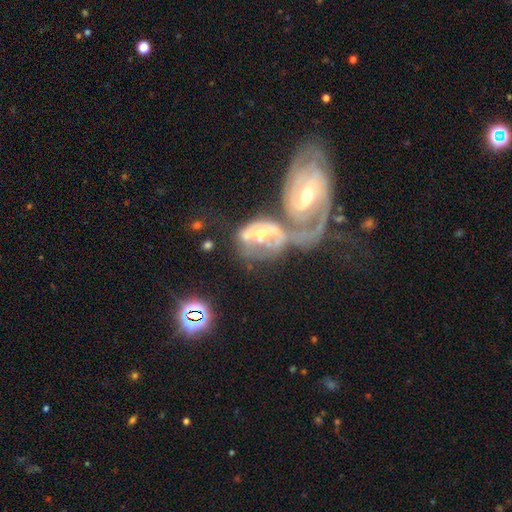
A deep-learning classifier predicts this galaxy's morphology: Smooth or featured?
  - featured or disk: 76% *
  - smooth: 15%
  - star or artifact: 9%
Edge-on disk?
  - no: 95% *
  - yes: 5%
Bar?
  - no: 45% *
  - weak: 36%
  - strong: 19%
Spiral arms?
  - yes: 80% *
  - no: 20%
Spiral winding?
  - tight: 46% *
  - medium: 37%
  - loose: 18%
Spiral arm count?
  - 2: 48% *
  - can't tell: 30%
  - 1: 11%
  - 3: 6%
  - 4: 2%
  - more than 4: 2%
Bulge size?
  - moderate: 60% *
  - small: 32%
  - large: 5%
  - none: 2%
  - dominant: 1%
Merging?
  - merger: 73% *
  - none: 11%
  - major disturbance: 10%
  - minor disturbance: 6%